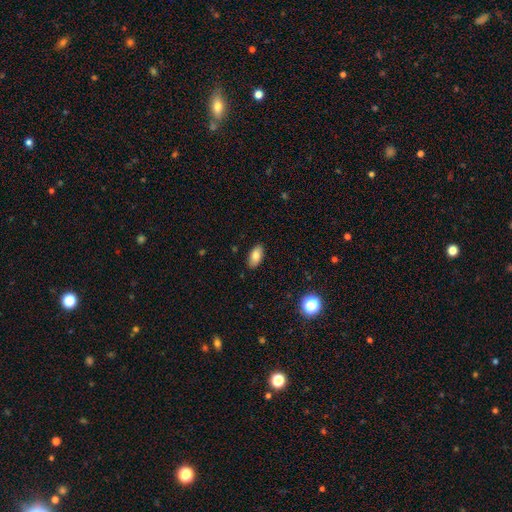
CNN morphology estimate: Overall: smooth (84%). How rounded: in between (92%). Merging: none (88%).